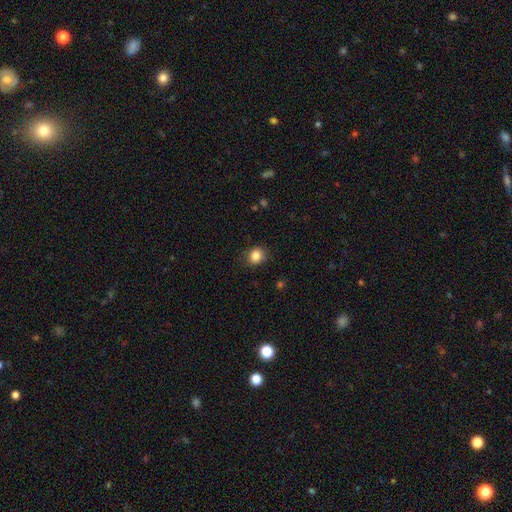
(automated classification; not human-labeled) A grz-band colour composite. It shows a smooth galaxy with no disk features (85%) that is round (70%). Merging: none (82%).